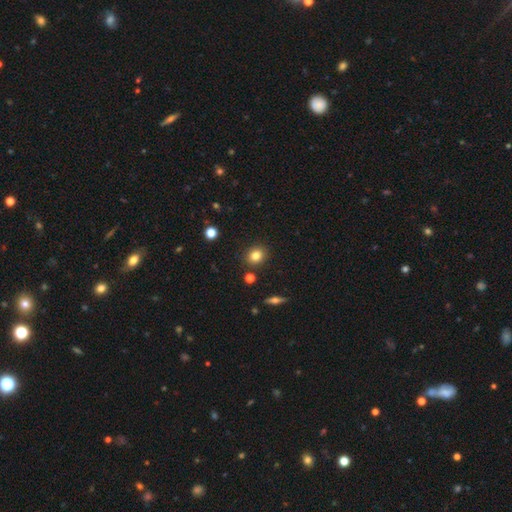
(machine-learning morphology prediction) Q: Smooth or featured?
A: smooth (81%); runner-up: star or artifact (11%)
Q: How rounded?
A: round (71%); runner-up: in between (28%)
Q: Merging?
A: none (88%); runner-up: minor disturbance (7%)